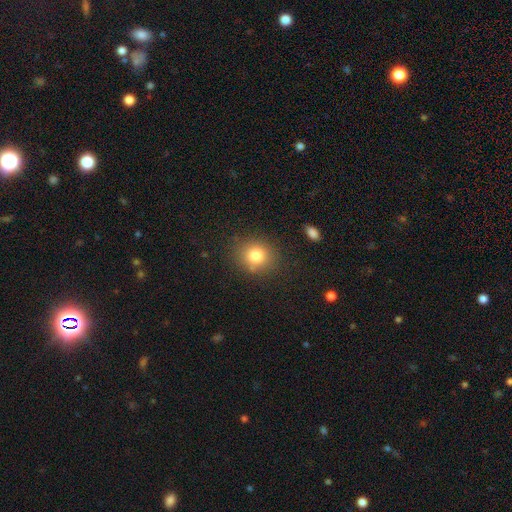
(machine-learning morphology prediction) This is clearly a smooth galaxy (81%). How rounded: likely round (77%). Merging: clearly none (83%).